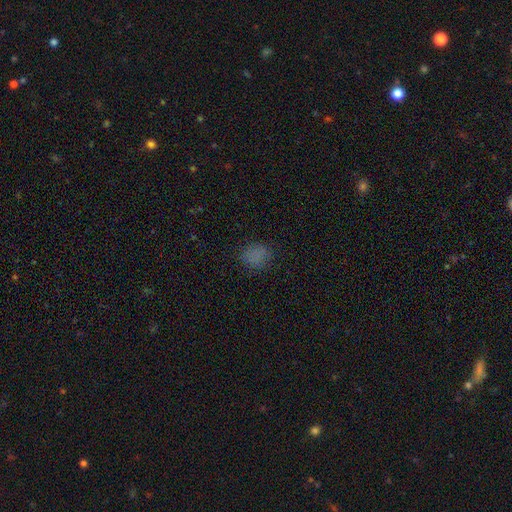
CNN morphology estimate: smooth-or-featured: smooth: 75% | star or artifact: 19% | featured or disk: 6%
  how-rounded: round: 59% | in between: 39% | cigar-shaped: 1%
  merging: none: 80% | minor disturbance: 14% | major disturbance: 5% | merger: 1%